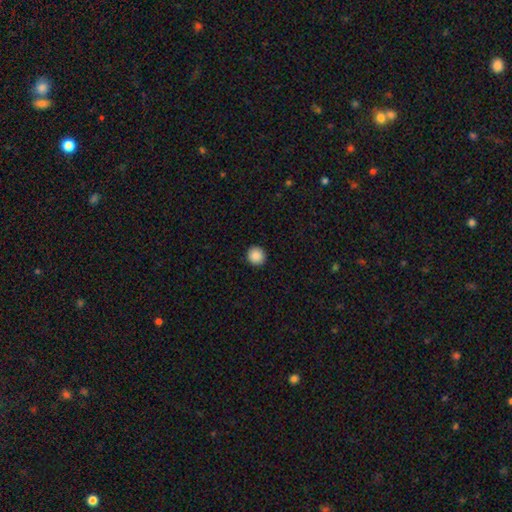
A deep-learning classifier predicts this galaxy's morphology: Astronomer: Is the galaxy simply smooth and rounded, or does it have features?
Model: smooth — 89%.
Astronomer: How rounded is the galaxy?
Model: round — 92%.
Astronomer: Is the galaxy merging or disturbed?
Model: none — 93%.